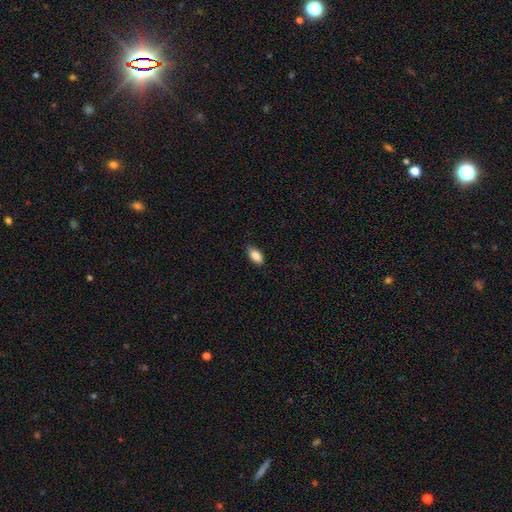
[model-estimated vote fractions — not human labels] A smooth galaxy with no disk features (87%) that is in between round and cigar-shaped (91%).

Vote fractions:
- Smooth or featured? smooth: 87% / star or artifact: 7% / featured or disk: 6%
- How rounded? in between: 91% / cigar-shaped: 6% / round: 3%
- Merging? none: 85% / minor disturbance: 12% / major disturbance: 2% / merger: 1%